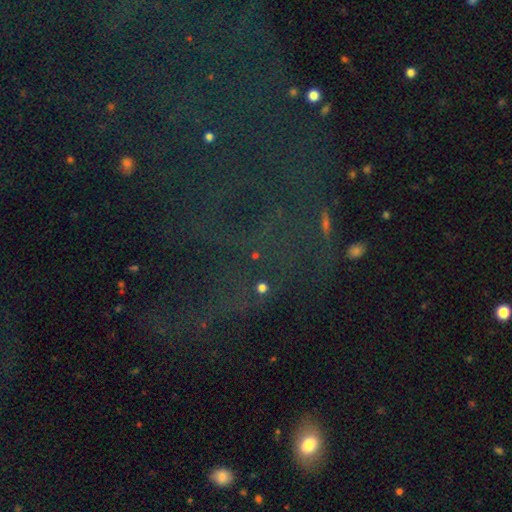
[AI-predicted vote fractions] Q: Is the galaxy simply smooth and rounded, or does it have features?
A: star or artifact — 72%.